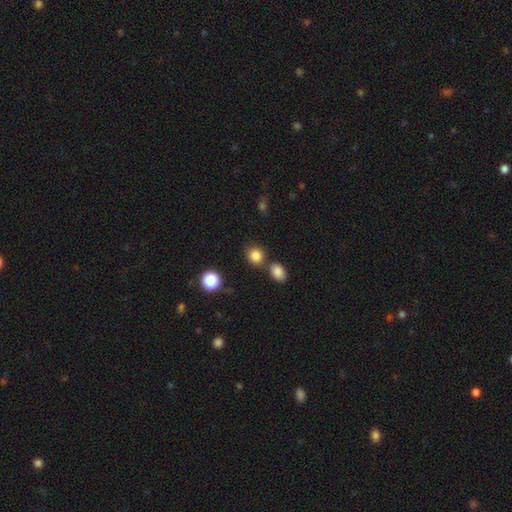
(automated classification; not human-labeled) Smooth or featured? smooth (84%)
How rounded? round (76%)
Merging? none (70%)